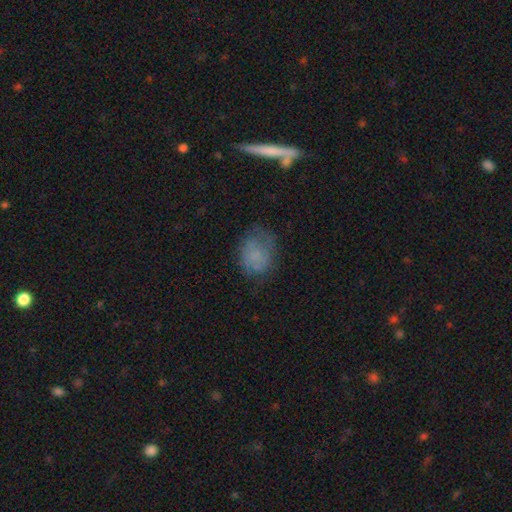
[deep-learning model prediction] This is likely a smooth galaxy (66%). How rounded: possibly in between (52%). Merging: possibly none (55%).